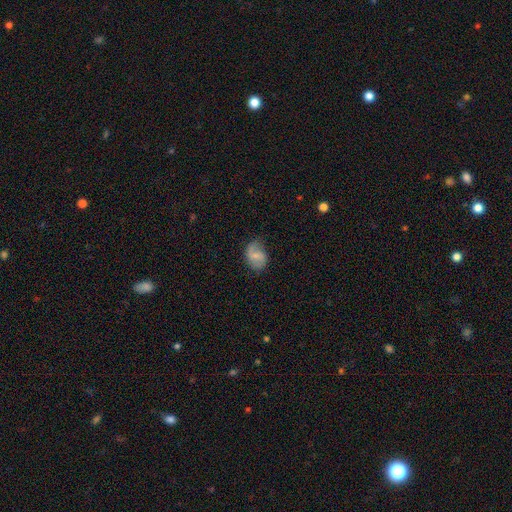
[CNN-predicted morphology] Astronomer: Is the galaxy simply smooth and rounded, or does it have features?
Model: smooth — 46%, tied with featured or disk at 46%.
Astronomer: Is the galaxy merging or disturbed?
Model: none — 62%.